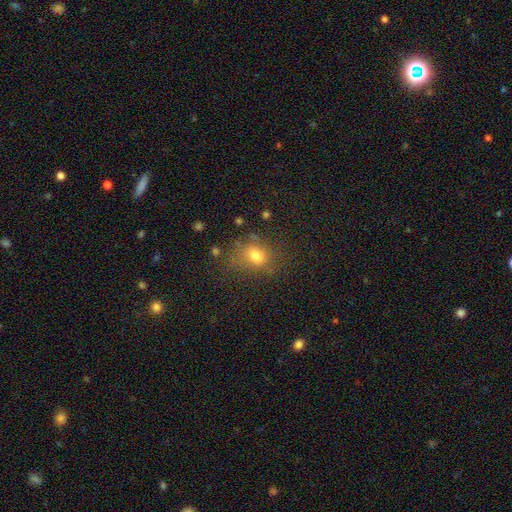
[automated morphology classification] type=smooth (73%); roundness=round (60%); merging=none (68%).